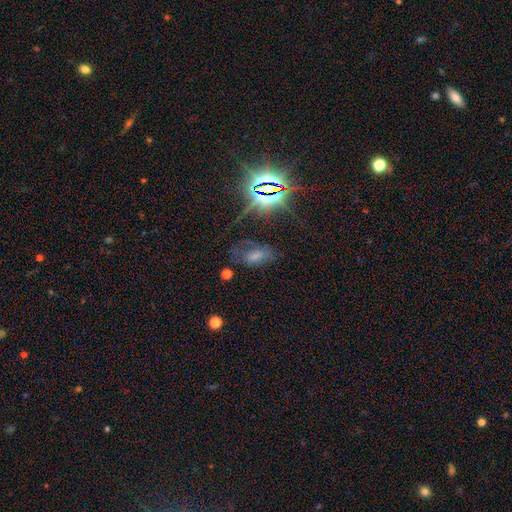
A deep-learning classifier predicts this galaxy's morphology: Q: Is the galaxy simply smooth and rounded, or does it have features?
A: smooth — 48%.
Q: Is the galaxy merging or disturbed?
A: none — 46%.